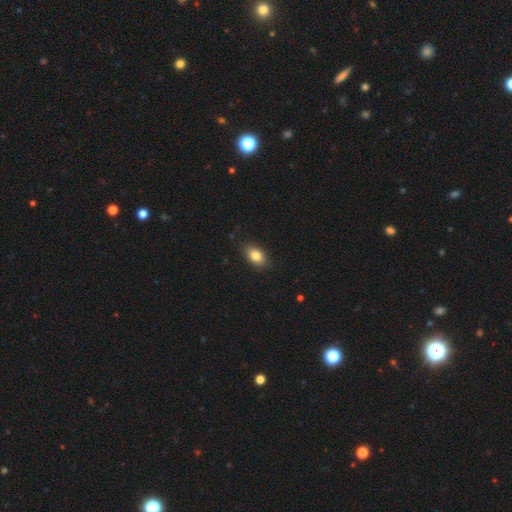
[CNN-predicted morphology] Smooth or featured: smooth — 83% (featured or disk — 9%)
How rounded: in between — 86% (round — 12%)
Merging: none — 85% (minor disturbance — 12%)